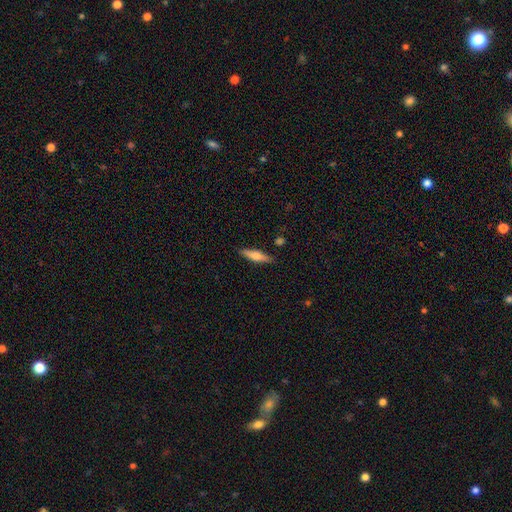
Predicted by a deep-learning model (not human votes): A smooth galaxy with no disk features (56%) that is cigar-shaped (76%). Merging: none (87%).